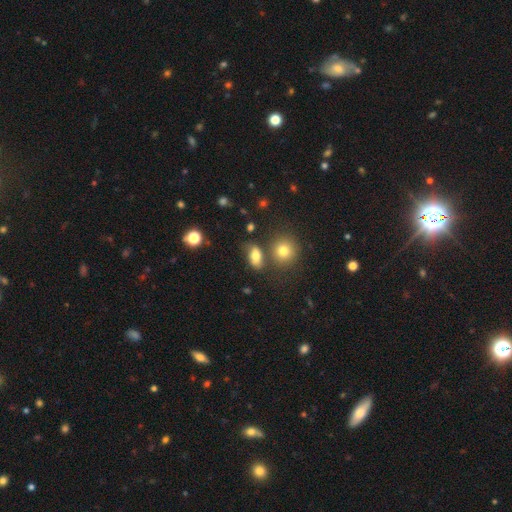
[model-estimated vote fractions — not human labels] A smooth galaxy with no disk features (77%) that is in between round and cigar-shaped (81%). Merging: none (60%).